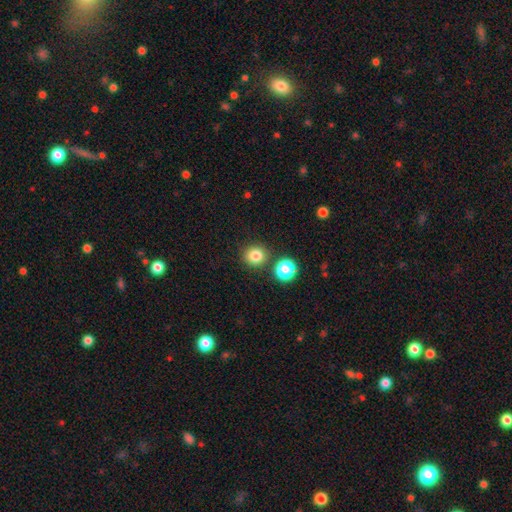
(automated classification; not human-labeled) Smooth or featured? smooth (80%)
How rounded? round (90%)
Merging? none (84%)